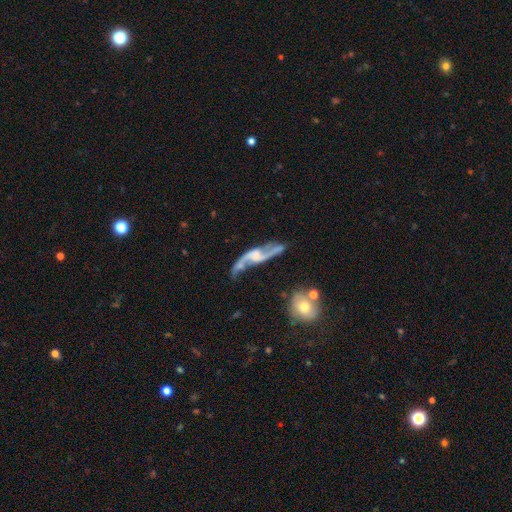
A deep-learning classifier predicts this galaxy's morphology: smooth_or_featured: featured or disk (p=0.88) [alt: smooth p=0.07]
disk_edge_on: no (p=0.90) [alt: yes p=0.10]
bar: weak (p=0.42) [alt: no p=0.41]
has_spiral_arms: yes (p=0.95) [alt: no p=0.05]
spiral_winding: loose (p=0.83) [alt: medium p=0.14]
spiral_arm_count: 2 (p=0.93) [alt: 1 p=0.02]
bulge_size: none (p=0.41) [alt: small p=0.31]
merging: none (p=0.58) [alt: minor disturbance p=0.19]